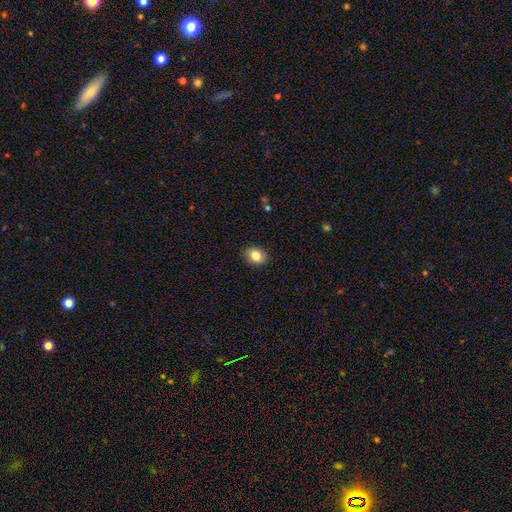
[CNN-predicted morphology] This appears to be a smooth galaxy with no disk features (86%) that is in between round and cigar-shaped (64%). Merging: none (89%).